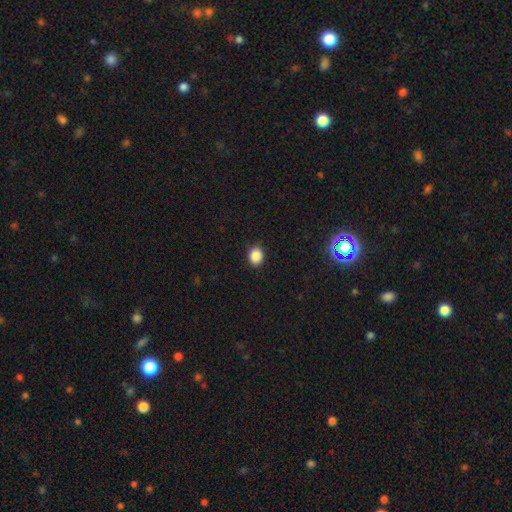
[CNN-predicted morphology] A smooth galaxy with no disk features (87%) that is round (53%). Merging: none (89%).